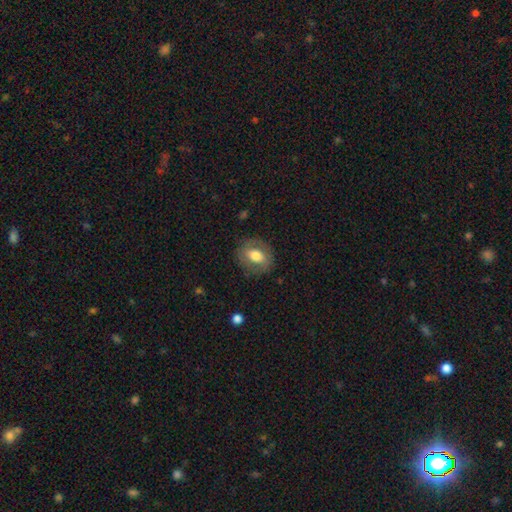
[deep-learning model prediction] The model was most divided on "how rounded": in between: 54%, round: 45%, cigar-shaped: 1%. More confident: merging — none (80%); smooth or featured — smooth (63%).